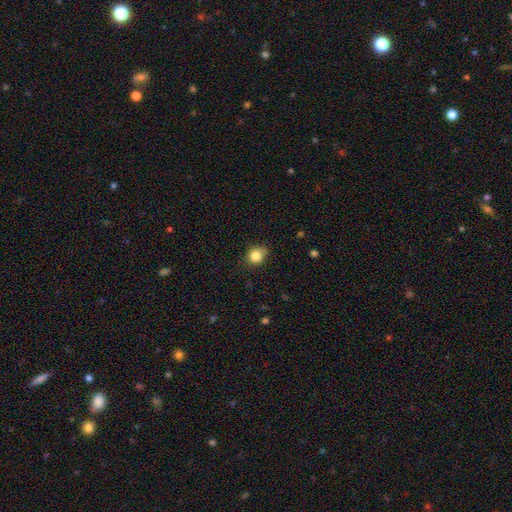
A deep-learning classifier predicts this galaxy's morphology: smooth 84%, star or artifact 10%, featured or disk 6%. Down the decision tree: how rounded — round (71%); merging — none (75%).